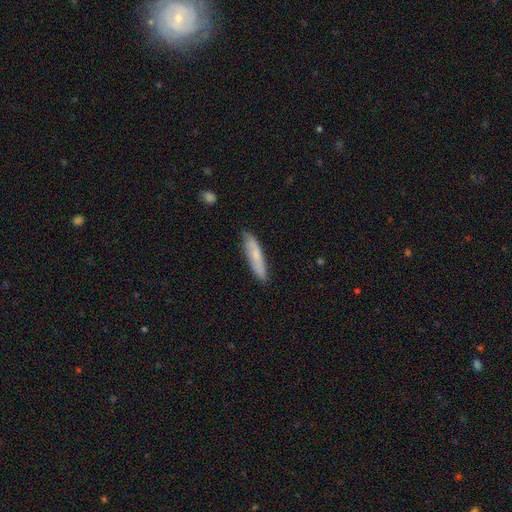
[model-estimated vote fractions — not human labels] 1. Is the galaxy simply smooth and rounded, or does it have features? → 70% smooth, 24% featured or disk, 6% star or artifact.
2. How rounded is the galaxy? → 83% cigar-shaped, 16% in between, 1% round.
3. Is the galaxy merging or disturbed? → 84% none, 13% minor disturbance, 2% major disturbance, 1% merger.